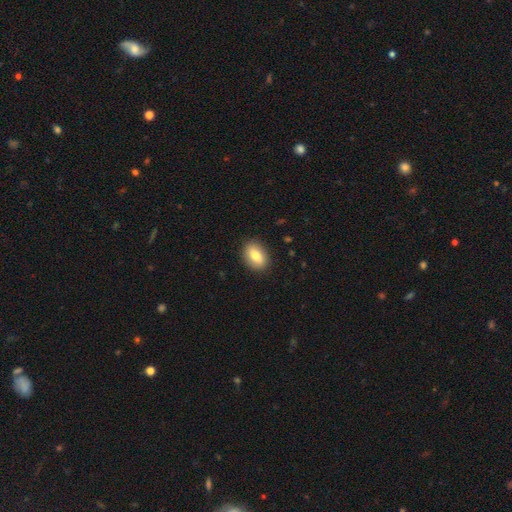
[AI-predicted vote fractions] smooth_or_featured: smooth (p=0.74) [alt: featured or disk p=0.19]
how_rounded: in between (p=0.81) [alt: round p=0.17]
merging: none (p=0.88) [alt: minor disturbance p=0.09]